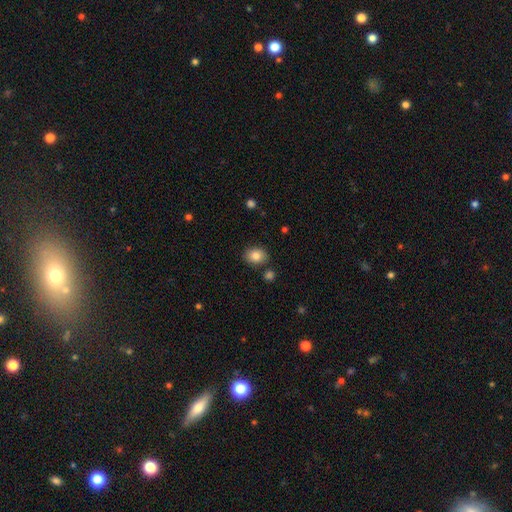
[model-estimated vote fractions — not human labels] Smooth or featured? Predicted: smooth (p=0.84). How rounded? Predicted: in between (p=0.57). Merging? Predicted: none (p=0.83).